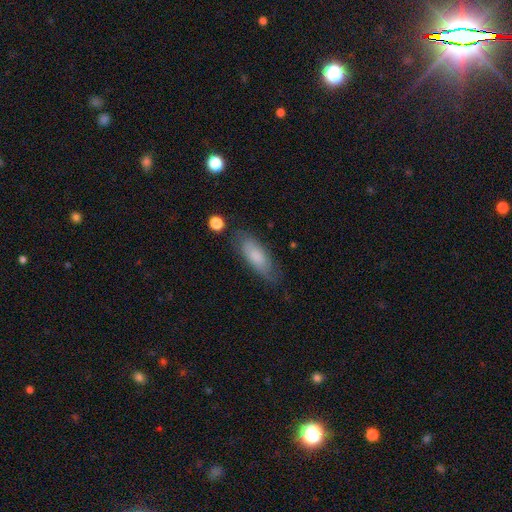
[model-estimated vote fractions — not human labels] Smooth or featured: smooth — 76% (featured or disk — 17%)
How rounded: in between — 71% (cigar-shaped — 27%)
Merging: none — 72% (minor disturbance — 20%)